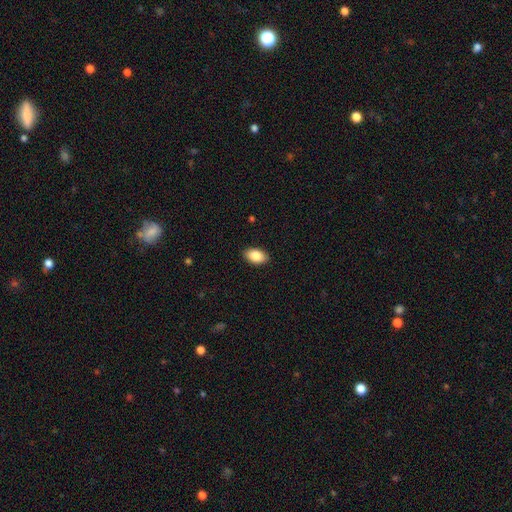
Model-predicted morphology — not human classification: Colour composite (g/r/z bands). It shows a smooth galaxy with no disk features (86%) that is in between round and cigar-shaped (93%). Merging: none (90%).